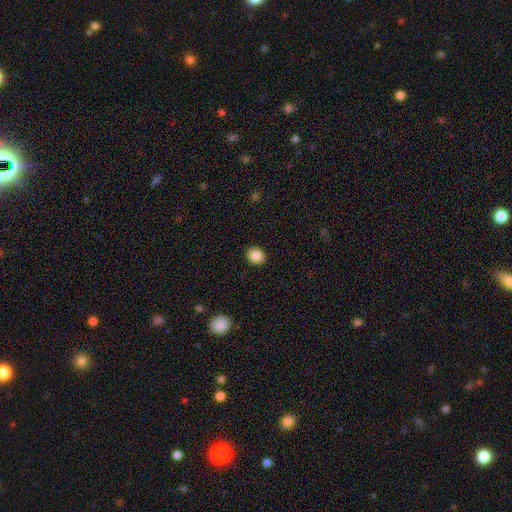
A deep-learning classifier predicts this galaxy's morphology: This appears to be a smooth galaxy with no disk features (87%) that is round (56%). Merging: none (90%).